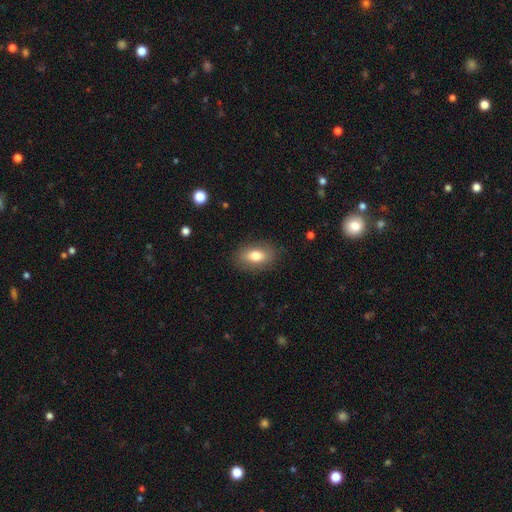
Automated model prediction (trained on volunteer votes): Q: Smooth or featured?
A: smooth (78%); runner-up: featured or disk (14%)
Q: How rounded?
A: in between (87%); runner-up: round (10%)
Q: Merging?
A: none (85%); runner-up: minor disturbance (11%)